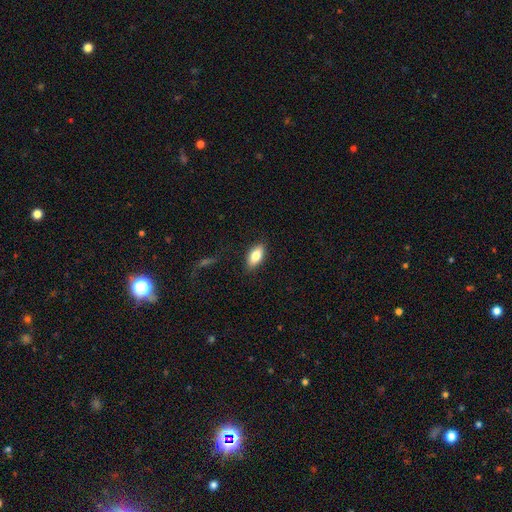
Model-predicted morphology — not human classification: smooth-or-featured: smooth: 79% | featured or disk: 14% | star or artifact: 7%
  how-rounded: in between: 88% | cigar-shaped: 8% | round: 3%
  merging: none: 87% | minor disturbance: 9% | major disturbance: 2% | merger: 1%